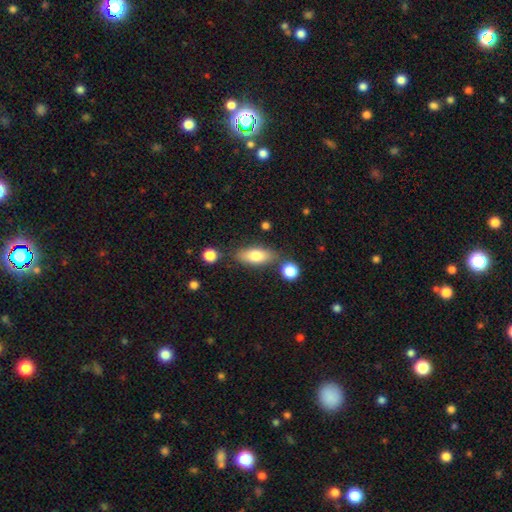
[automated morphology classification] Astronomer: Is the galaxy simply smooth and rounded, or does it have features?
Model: smooth — 76%.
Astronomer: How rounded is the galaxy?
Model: in between — 79%.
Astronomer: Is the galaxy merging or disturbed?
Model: none — 70%.